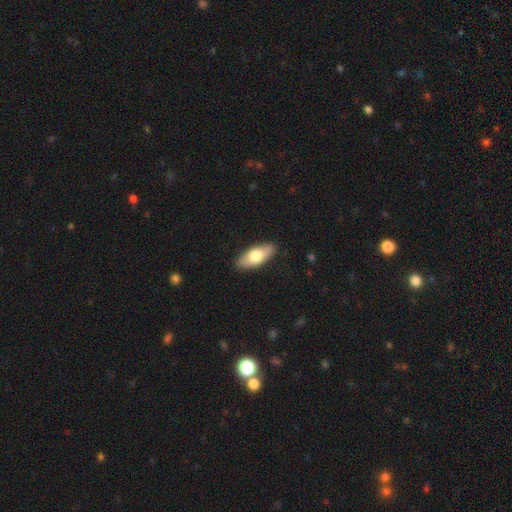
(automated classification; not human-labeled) A smooth galaxy with no disk features (70%) that is in between round and cigar-shaped (81%).

Vote fractions:
- Smooth or featured? smooth: 70% / featured or disk: 25% / star or artifact: 5%
- How rounded? in between: 81% / cigar-shaped: 16% / round: 2%
- Merging? none: 88% / minor disturbance: 9% / major disturbance: 2% / merger: 1%